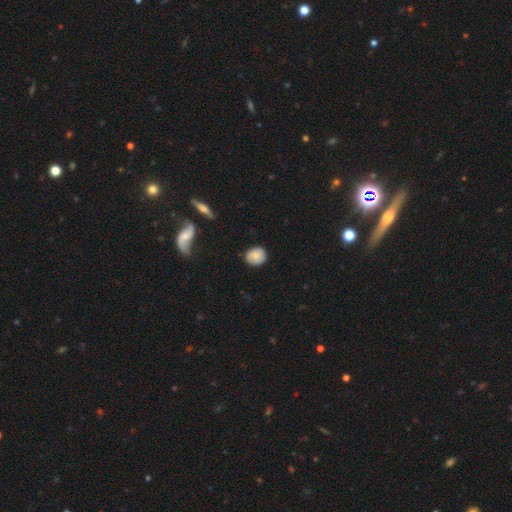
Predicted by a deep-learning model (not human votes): Overall: smooth (80%). How rounded: round (72%). Merging: none (81%).